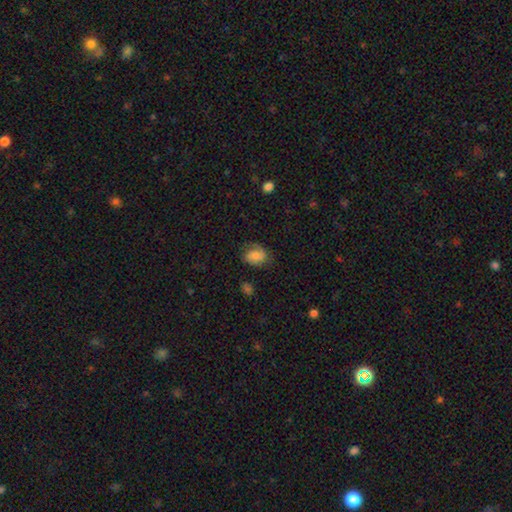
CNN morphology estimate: The model was most divided on "smooth or featured": smooth: 54%, featured or disk: 37%, star or artifact: 9%. More confident: merging — none (63%); how rounded — in between (61%).